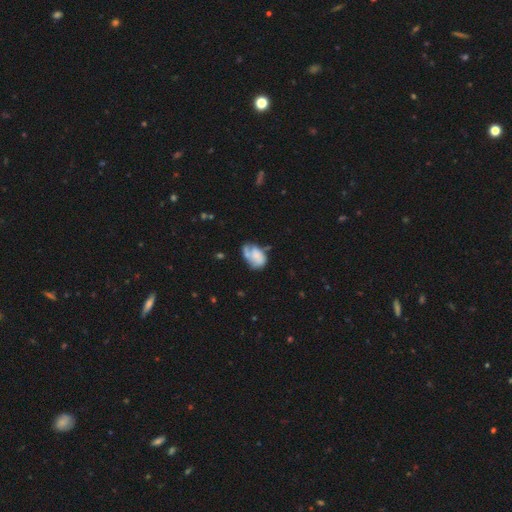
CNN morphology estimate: type=smooth (51%); roundness=in between (82%); merging=none (32%).